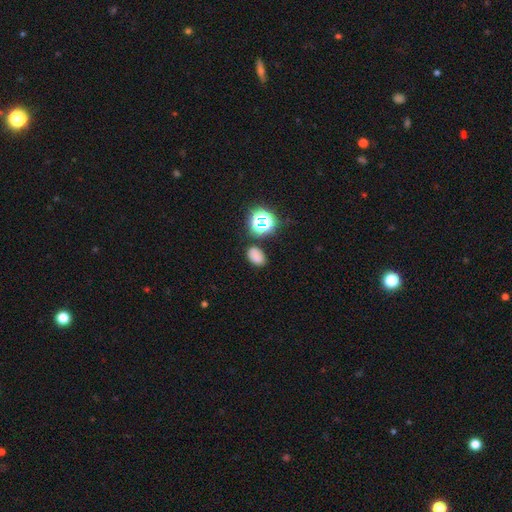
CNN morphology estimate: A smooth galaxy with no disk features (74%) that is in between round and cigar-shaped (81%). Merging: none (79%).